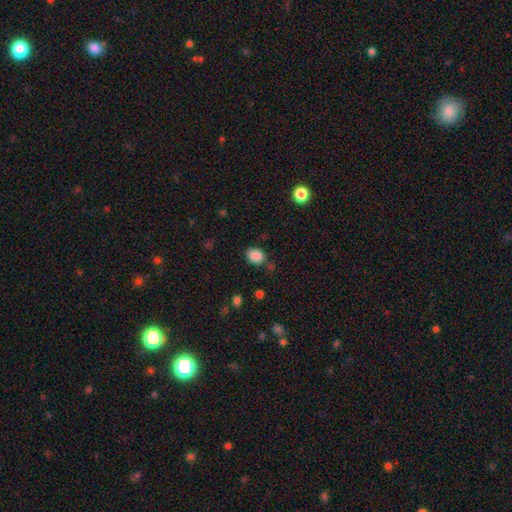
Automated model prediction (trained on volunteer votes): Q: Smooth or featured?
A: smooth (86%); runner-up: star or artifact (10%)
Q: How rounded?
A: round (58%); runner-up: in between (42%)
Q: Merging?
A: none (73%); runner-up: minor disturbance (17%)